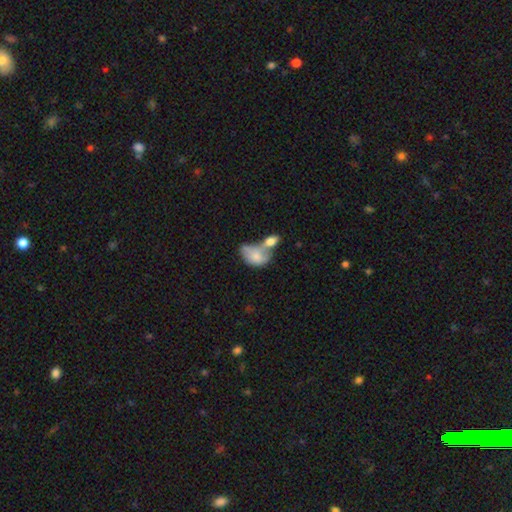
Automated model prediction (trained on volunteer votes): The model was most divided on "smooth or featured": smooth: 69%, featured or disk: 23%, star or artifact: 7%. More confident: how rounded — in between (86%); merging — merger (63%).